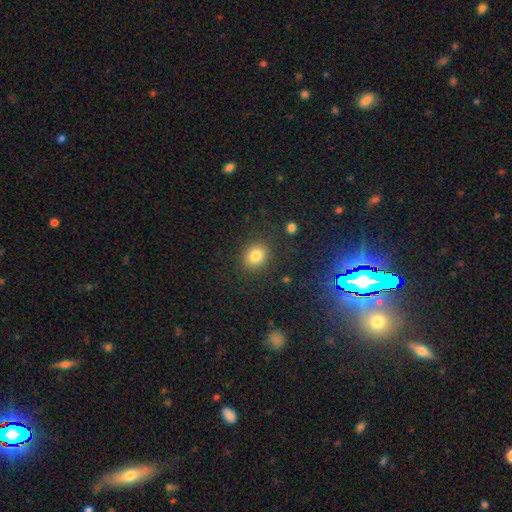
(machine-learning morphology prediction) type=smooth (82%); roundness=round (76%); merging=none (87%).